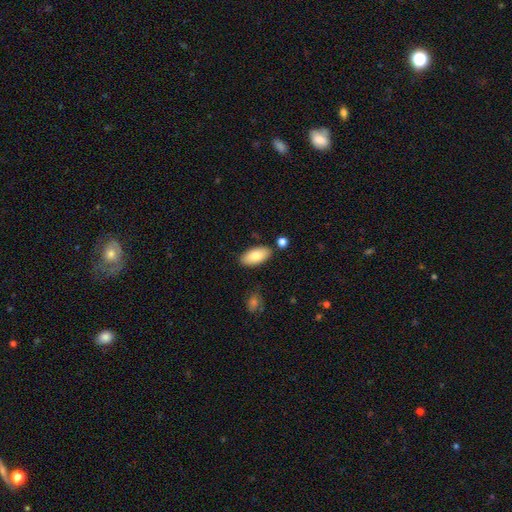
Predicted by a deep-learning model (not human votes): smooth-or-featured: smooth: 81% | featured or disk: 13% | star or artifact: 6%
  how-rounded: in between: 92% | cigar-shaped: 6% | round: 2%
  merging: none: 82% | minor disturbance: 11% | merger: 4% | major disturbance: 2%